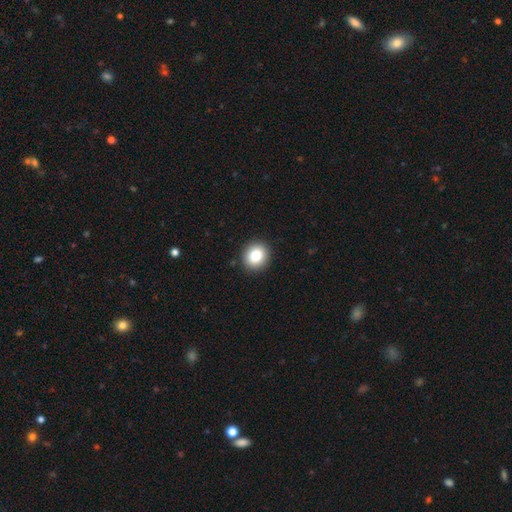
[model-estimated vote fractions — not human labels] This appears to be a smooth galaxy with no disk features (82%) that is round (84%). Merging: none (92%).